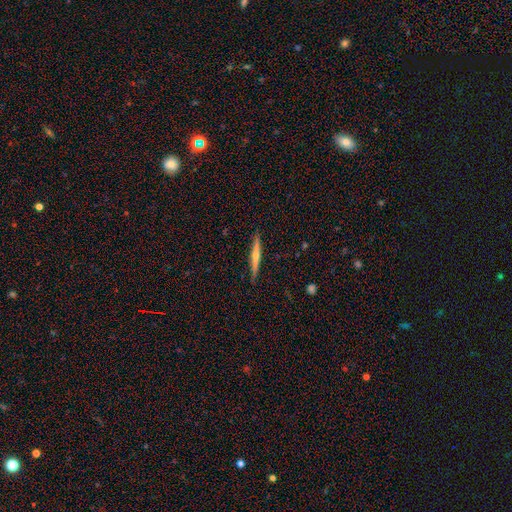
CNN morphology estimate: Smooth or featured: featured or disk — 65% (smooth — 29%)
Edge-on disk: yes — 97% (no — 3%)
Edge-on bulge: rounded — 78% (none — 18%)
Merging: none — 90% (minor disturbance — 8%)